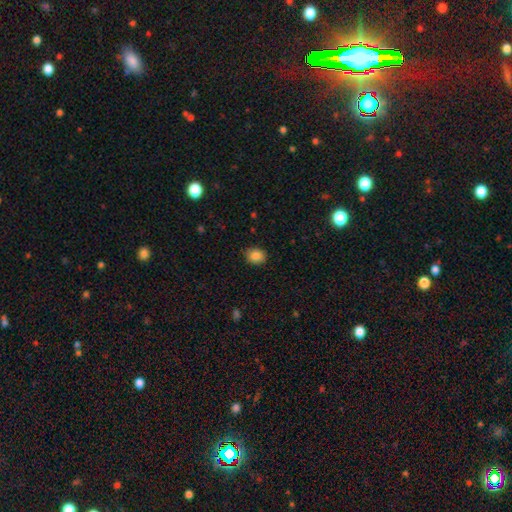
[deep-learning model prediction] A smooth galaxy with no disk features (86%) that is round (52%).

Vote fractions:
- Smooth or featured? smooth: 86% / star or artifact: 9% / featured or disk: 5%
- How rounded? round: 52% / in between: 47% / cigar-shaped: 1%
- Merging? none: 86% / minor disturbance: 11% / major disturbance: 2% / merger: 1%